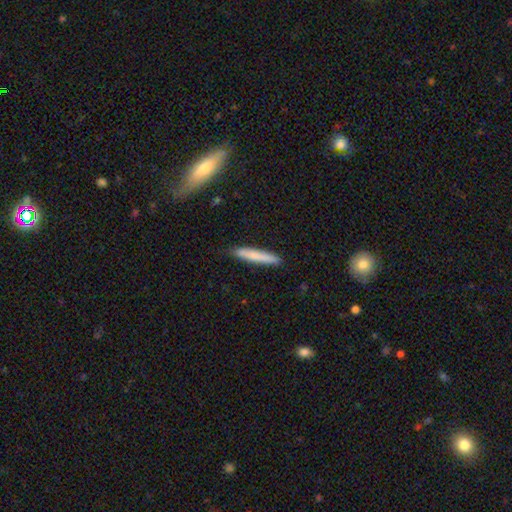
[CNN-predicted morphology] Smooth or featured?
  - smooth: 75% *
  - featured or disk: 19%
  - star or artifact: 6%
How rounded?
  - cigar-shaped: 94% *
  - in between: 5%
  - round: 1%
Merging?
  - none: 86% *
  - minor disturbance: 10%
  - major disturbance: 2%
  - merger: 2%